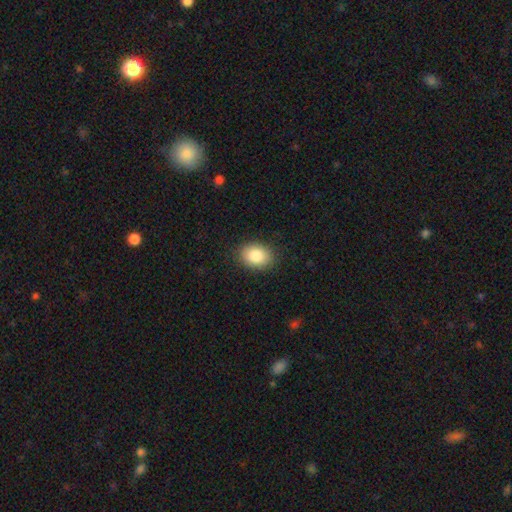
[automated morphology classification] smooth_or_featured: smooth (p=0.85) [alt: star or artifact p=0.08]
how_rounded: in between (p=0.71) [alt: round p=0.28]
merging: none (p=0.88) [alt: minor disturbance p=0.09]